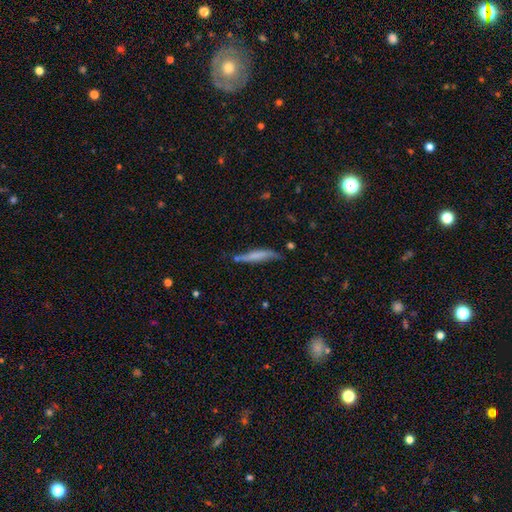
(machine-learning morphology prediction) Q: Smooth or featured?
A: smooth (51%); runner-up: featured or disk (41%)
Q: How rounded?
A: cigar-shaped (89%); runner-up: in between (10%)
Q: Merging?
A: none (58%); runner-up: minor disturbance (28%)